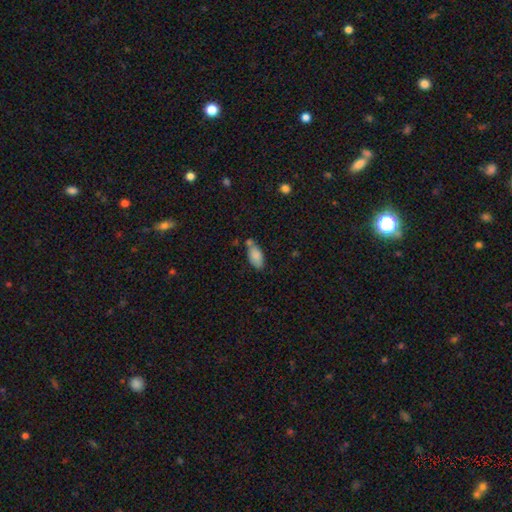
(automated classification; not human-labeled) The model was most divided on "merging": none: 52%, minor disturbance: 21%, merger: 21%, major disturbance: 6%. More confident: how rounded — in between (90%); smooth or featured — smooth (85%).